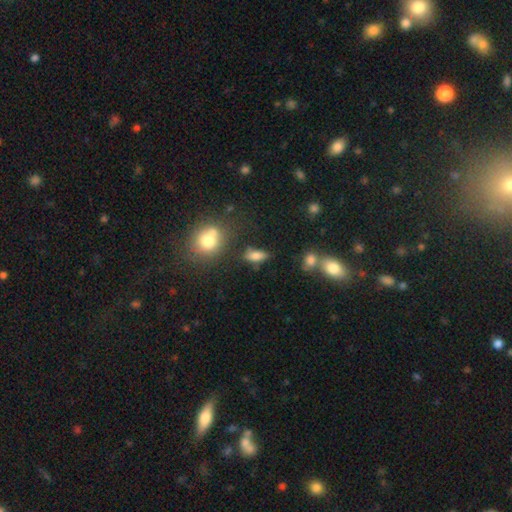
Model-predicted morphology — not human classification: This appears to be a smooth galaxy with no disk features (72%) that is in between round and cigar-shaped (75%). Merging: none (64%).